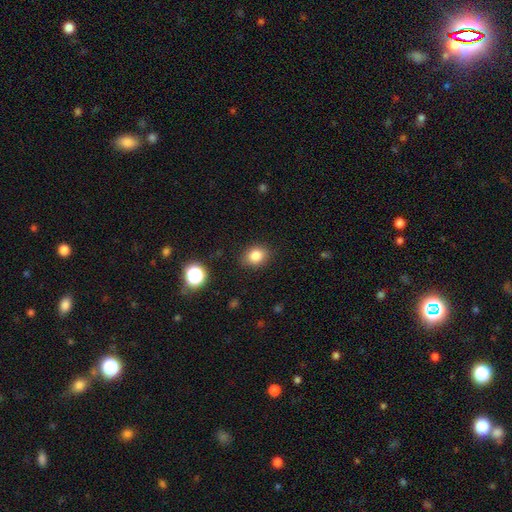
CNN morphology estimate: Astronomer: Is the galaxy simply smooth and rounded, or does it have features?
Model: smooth — 83%.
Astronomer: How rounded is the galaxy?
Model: in between — 50% (runner-up: round, 49%).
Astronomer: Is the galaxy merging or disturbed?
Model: none — 86%.